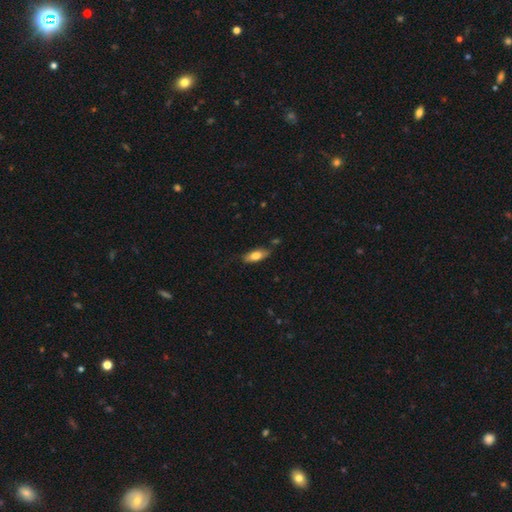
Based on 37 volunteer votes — Smooth or featured: smooth — 81% (featured or disk — 16%)
How rounded: in between — 67% (cigar-shaped — 33%)
Merging: none — 89% (minor disturbance — 6%)